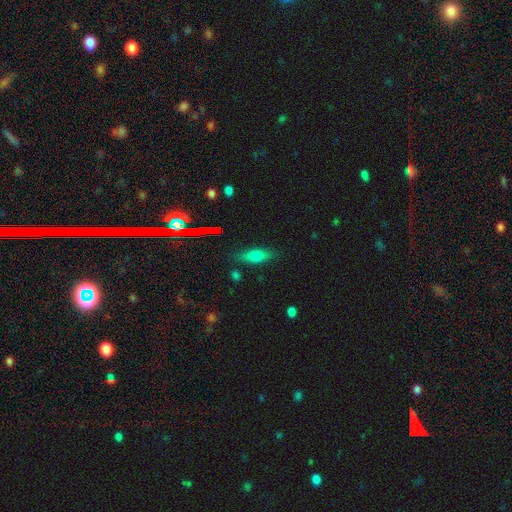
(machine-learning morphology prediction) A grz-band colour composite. It shows a smooth galaxy with no disk features (60%) that is in between round and cigar-shaped (65%). Merging: none (80%).